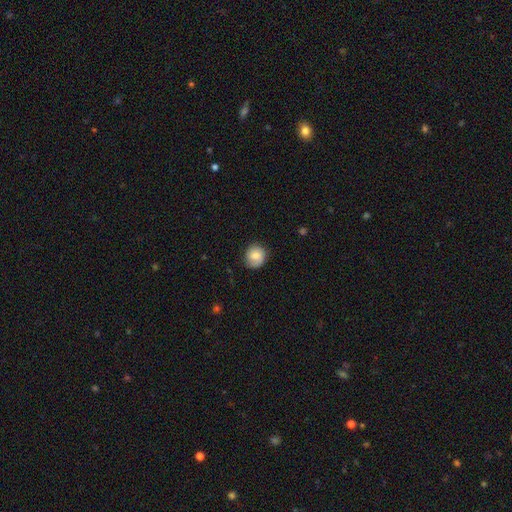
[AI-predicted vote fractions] Morphology: type=smooth (69%); roundness=round (83%); merging=none (76%).